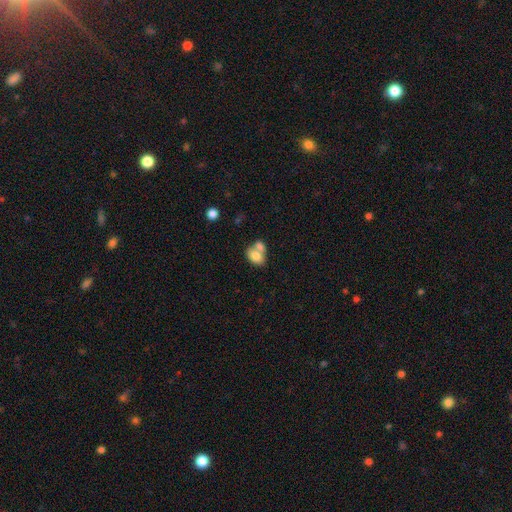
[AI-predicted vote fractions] Q: Smooth or featured?
A: smooth (76%); runner-up: featured or disk (16%)
Q: How rounded?
A: in between (74%); runner-up: round (24%)
Q: Merging?
A: merger (58%); runner-up: none (29%)